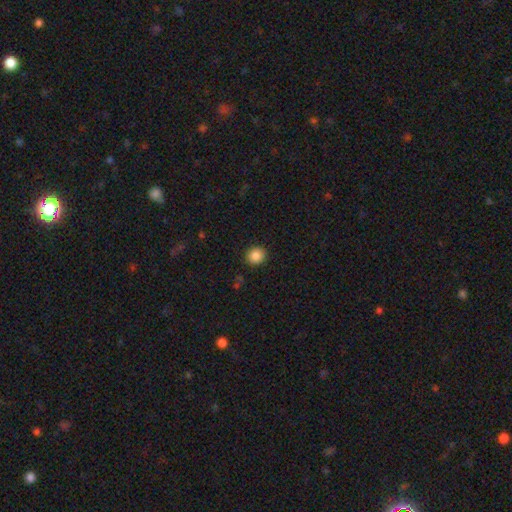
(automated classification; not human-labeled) This is clearly a smooth galaxy (86%). How rounded: clearly round (83%). Merging: clearly none (90%).